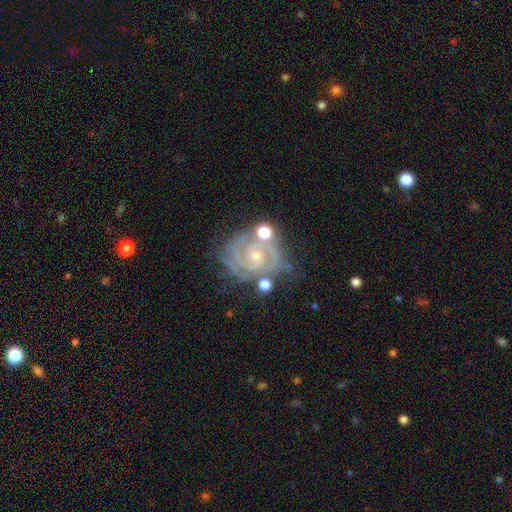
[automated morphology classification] smooth-or-featured: featured or disk: 87% | star or artifact: 7% | smooth: 6%
  disk-edge-on: no: 98% | yes: 2%
    bar: no: 66% | weak: 27% | strong: 7%
    has-spiral-arms: yes: 97% | no: 3%
      spiral-winding: tight: 74% | medium: 22% | loose: 4%
      spiral-arm-count: 2: 48% | 3: 20% | can't tell: 19% | 4: 6% | 1: 4% | more than 4: 4%
    bulge-size: small: 65% | moderate: 28% | none: 5% | large: 2% | dominant: 1%
  merging: none: 63% | minor disturbance: 20% | major disturbance: 9% | merger: 8%